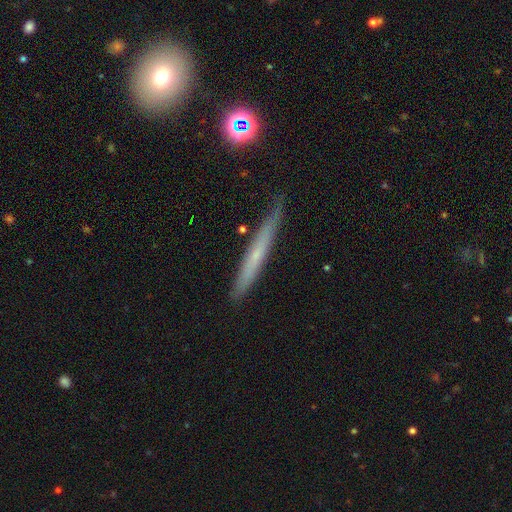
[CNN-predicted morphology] Smooth or featured: featured or disk — 49% (smooth — 42%)
Merging: none — 83% (minor disturbance — 13%)